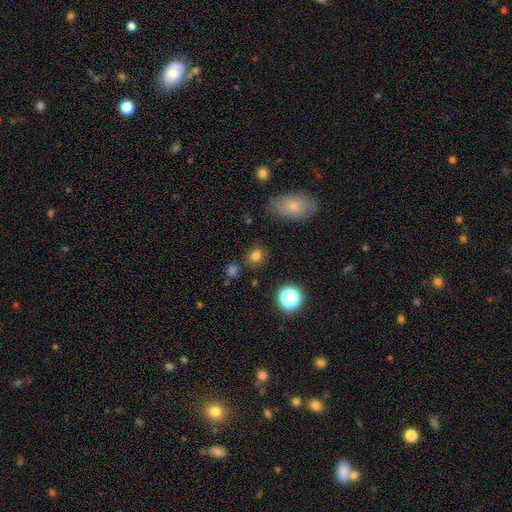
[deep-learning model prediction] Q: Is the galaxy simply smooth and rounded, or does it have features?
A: smooth — 77%.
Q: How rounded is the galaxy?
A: round — 73%.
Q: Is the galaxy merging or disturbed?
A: none — 84%.